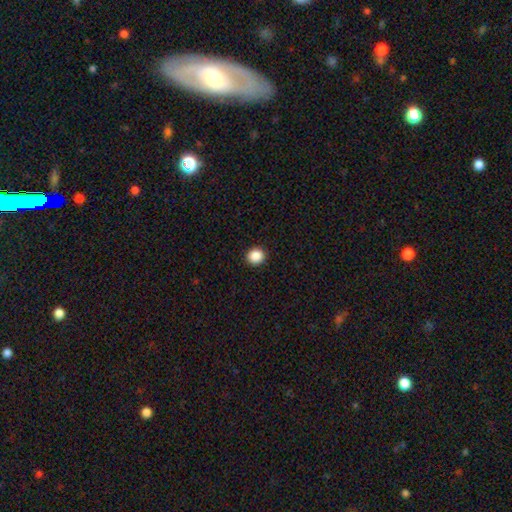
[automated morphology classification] Smooth or featured: smooth — 88% (star or artifact — 9%)
How rounded: round — 86% (in between — 13%)
Merging: none — 93% (minor disturbance — 5%)